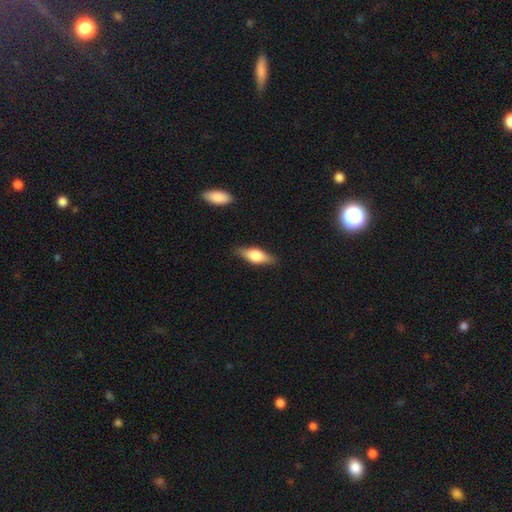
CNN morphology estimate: smooth-or-featured: smooth: 60% | featured or disk: 34% | star or artifact: 6%
  how-rounded: in between: 66% | cigar-shaped: 31% | round: 3%
  merging: none: 85% | minor disturbance: 11% | major disturbance: 2% | merger: 1%